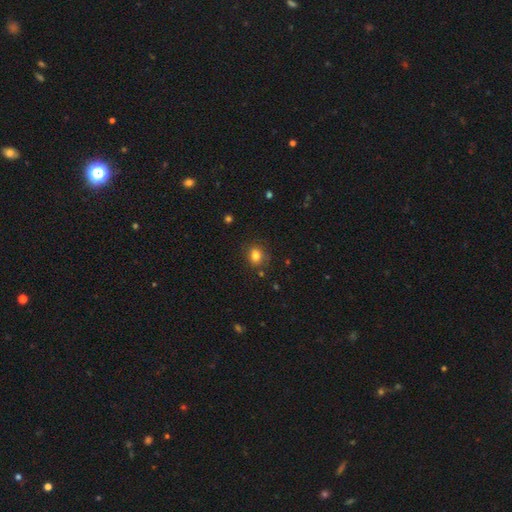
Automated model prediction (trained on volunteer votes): Smooth or featured: smooth — 81% (star or artifact — 12%)
How rounded: round — 55% (in between — 44%)
Merging: none — 80% (minor disturbance — 14%)